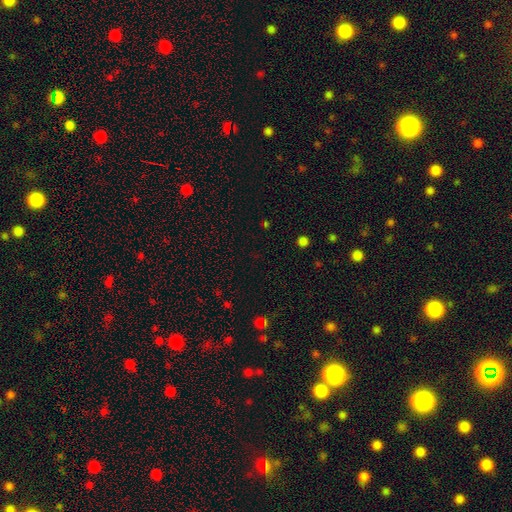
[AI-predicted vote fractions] star or artifact 60%, smooth 32%, featured or disk 8%.